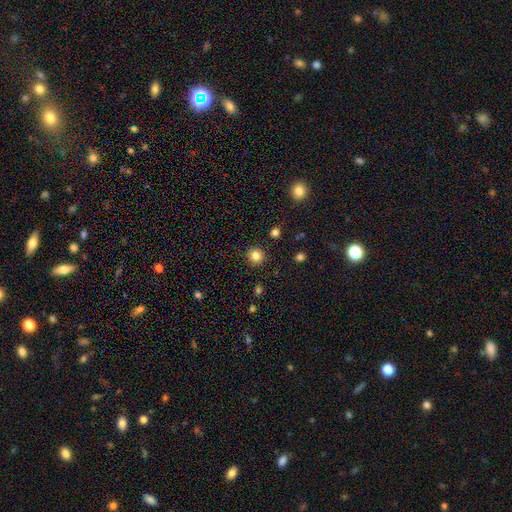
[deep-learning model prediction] A smooth galaxy with no disk features (84%) that is round (93%).

Vote fractions:
- Smooth or featured? smooth: 84% / star or artifact: 11% / featured or disk: 5%
- How rounded? round: 93% / in between: 6% / cigar-shaped: 1%
- Merging? none: 91% / minor disturbance: 6% / major disturbance: 2% / merger: 2%